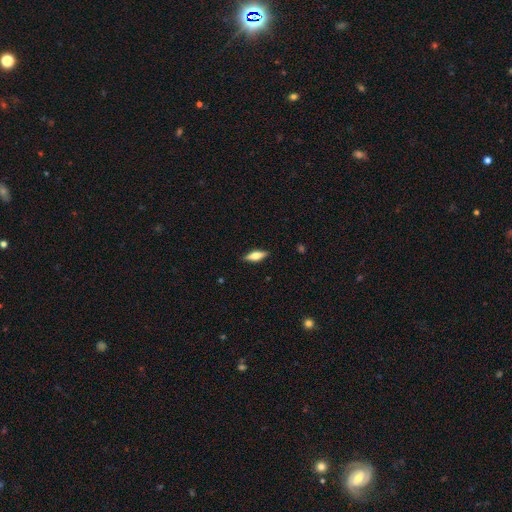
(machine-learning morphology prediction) This appears to be a smooth galaxy with no disk features (57%) that is in between round and cigar-shaped (53%). Merging: none (88%).